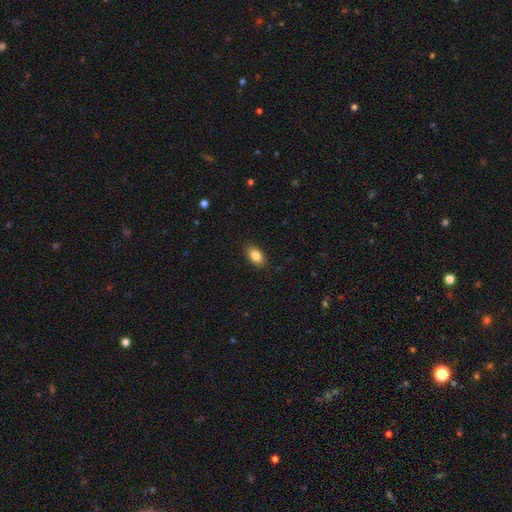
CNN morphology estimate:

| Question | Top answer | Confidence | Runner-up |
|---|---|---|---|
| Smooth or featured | smooth | 85% | star or artifact (8%) |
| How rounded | in between | 90% | round (8%) |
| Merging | none | 88% | minor disturbance (9%) |